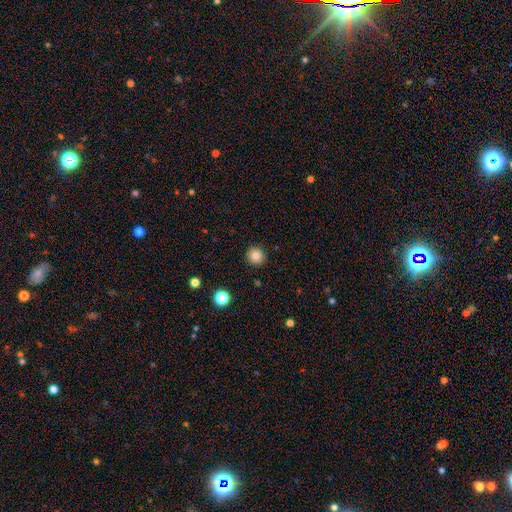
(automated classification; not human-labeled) A smooth galaxy with no disk features (83%) that is round (94%).

Vote fractions:
- Smooth or featured? smooth: 83% / star or artifact: 11% / featured or disk: 6%
- How rounded? round: 94% / in between: 5% / cigar-shaped: 1%
- Merging? none: 92% / minor disturbance: 6% / major disturbance: 2% / merger: 1%